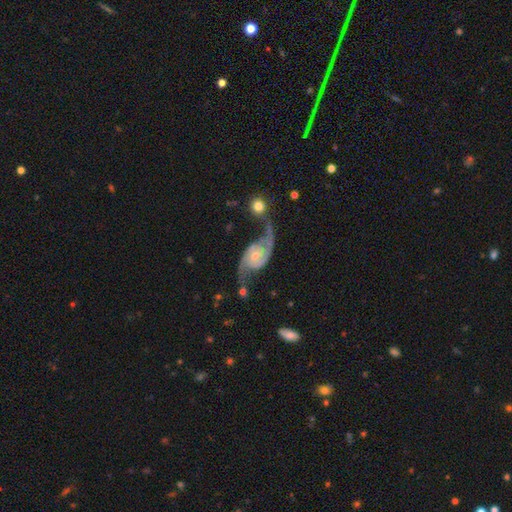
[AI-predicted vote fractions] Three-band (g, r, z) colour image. It shows a featured or disk galaxy (90%) with no bar (58%), 2 (93%) loose (49%) spiral arms (97%) and a small central bulge (48%). Merging: none (47%).